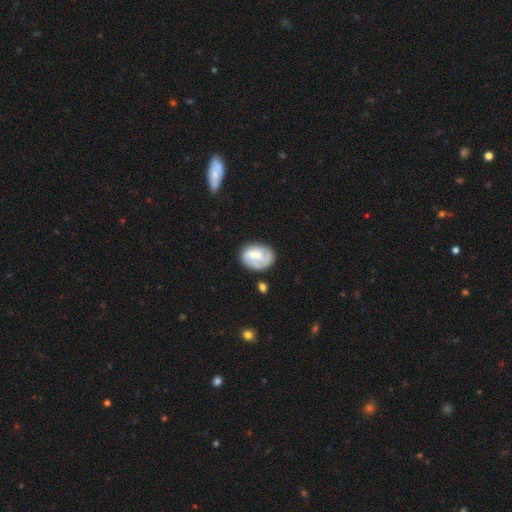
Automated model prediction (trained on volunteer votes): Smooth or featured? smooth (61%)
How rounded? in between (71%)
Merging? none (60%)